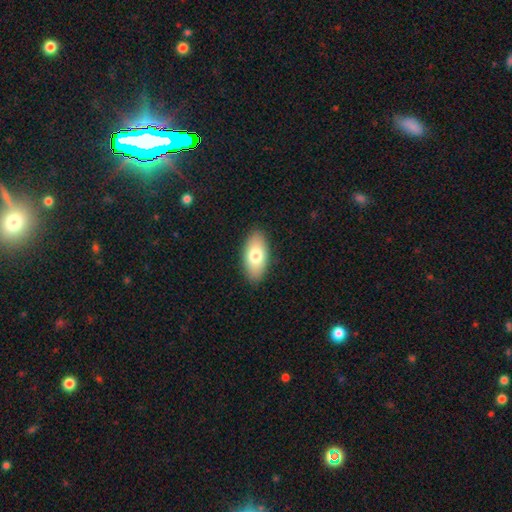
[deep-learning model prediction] The model was most divided on "smooth or featured": smooth: 76%, featured or disk: 17%, star or artifact: 7%. More confident: how rounded — in between (92%); merging — none (88%).